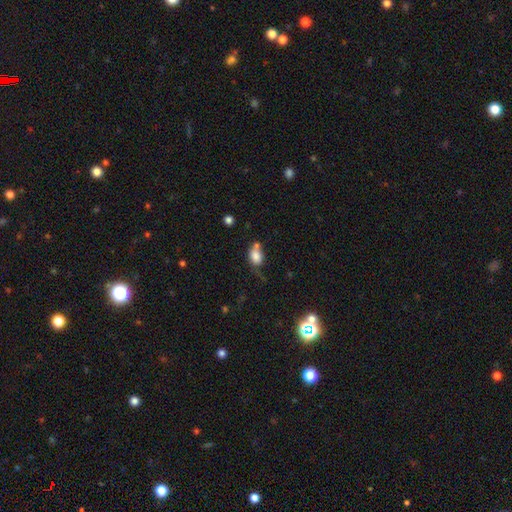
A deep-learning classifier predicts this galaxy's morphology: Smooth or featured? Predicted: smooth (p=0.79). How rounded? Predicted: in between (p=0.68). Merging? Predicted: none (p=0.40).